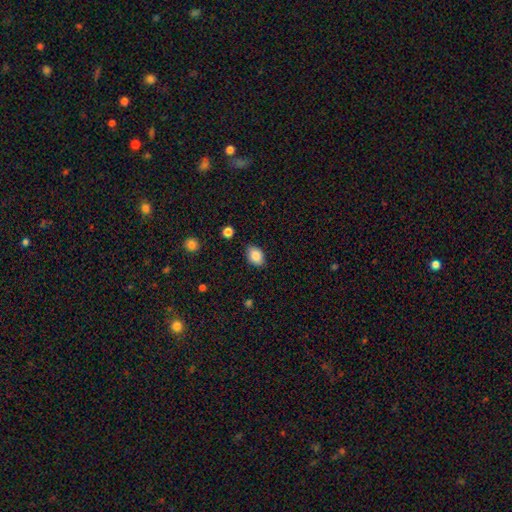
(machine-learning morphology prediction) Q: Smooth or featured?
A: smooth (87%); runner-up: star or artifact (8%)
Q: How rounded?
A: in between (82%); runner-up: round (17%)
Q: Merging?
A: none (85%); runner-up: minor disturbance (11%)